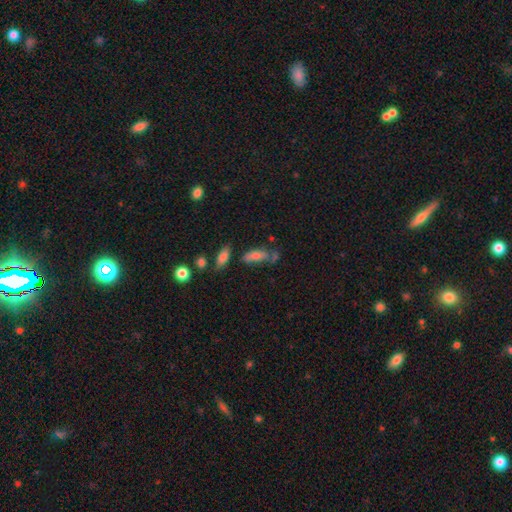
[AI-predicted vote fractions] smooth 71%, featured or disk 19%, star or artifact 10%. Down the decision tree: how rounded — in between (70%); merging — none (48%).